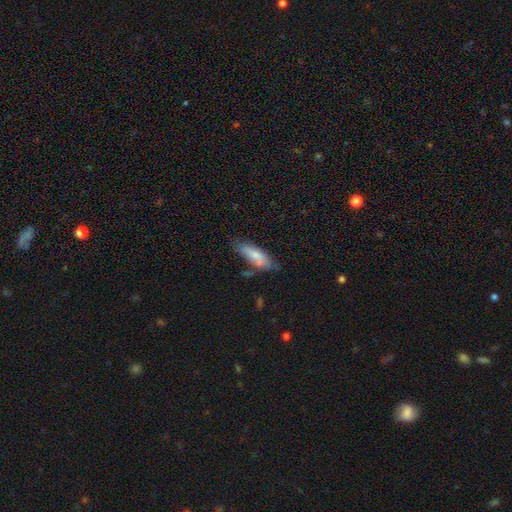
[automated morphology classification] Smooth or featured: smooth — 72% (featured or disk — 21%)
How rounded: in between — 59% (cigar-shaped — 39%)
Merging: none — 57% (minor disturbance — 27%)